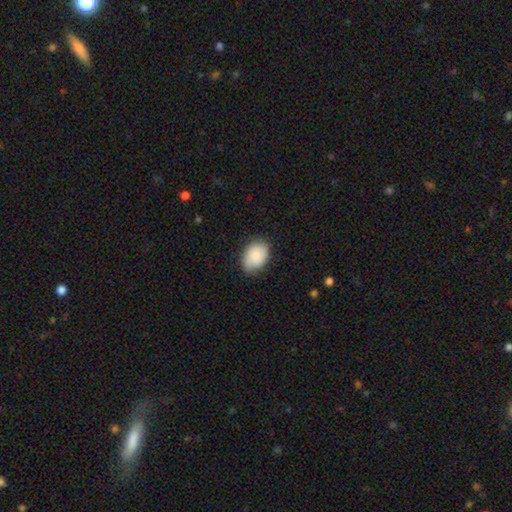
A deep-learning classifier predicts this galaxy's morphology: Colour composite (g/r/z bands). It shows a smooth galaxy with no disk features (83%) that is in between round and cigar-shaped (79%). Merging: none (76%).